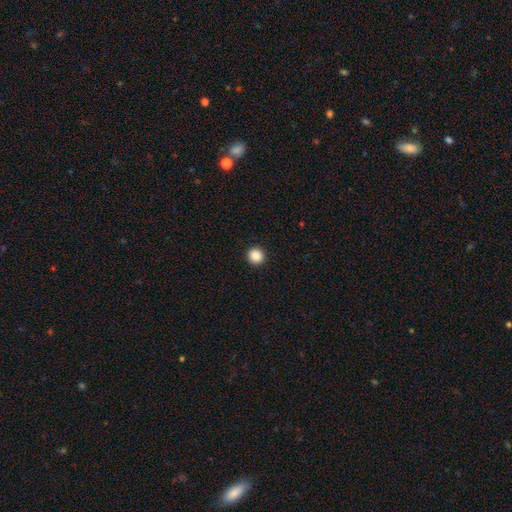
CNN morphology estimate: smooth-or-featured: smooth: 88% | star or artifact: 10% | featured or disk: 3%
  how-rounded: round: 94% | in between: 5% | cigar-shaped: 1%
  merging: none: 94% | minor disturbance: 4% | major disturbance: 2% | merger: 1%